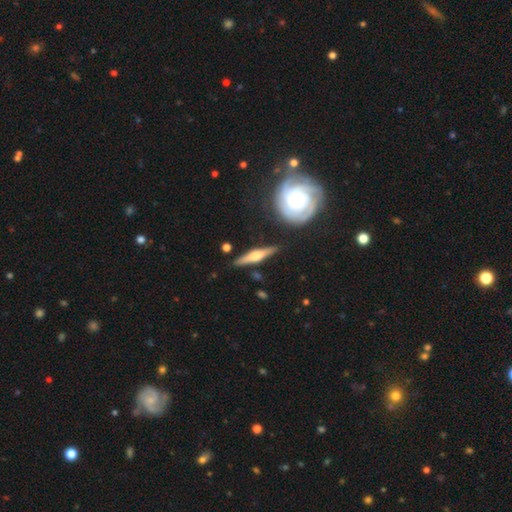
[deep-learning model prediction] Smooth or featured?
  - featured or disk: 71% *
  - smooth: 24%
  - star or artifact: 5%
Edge-on disk?
  - yes: 96% *
  - no: 4%
Edge-on bulge?
  - rounded: 87% *
  - boxy: 9%
  - none: 4%
Merging?
  - none: 87% *
  - minor disturbance: 8%
  - merger: 2%
  - major disturbance: 2%